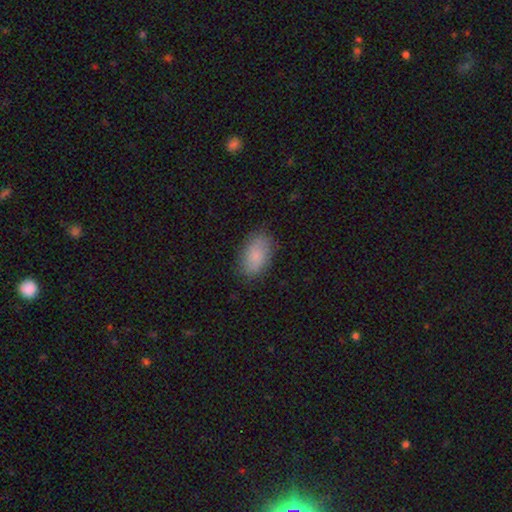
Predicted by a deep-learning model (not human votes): smooth-or-featured: smooth: 82% | featured or disk: 12% | star or artifact: 7%
  how-rounded: in between: 92% | round: 6% | cigar-shaped: 2%
  merging: none: 83% | minor disturbance: 13% | major disturbance: 3% | merger: 1%